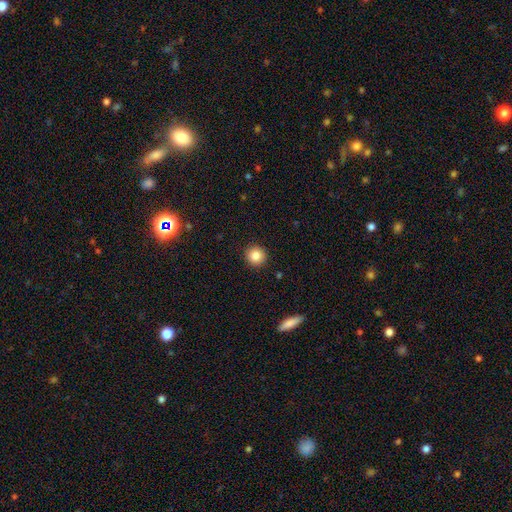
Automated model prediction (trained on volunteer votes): Smooth or featured?
  - smooth: 85% *
  - star or artifact: 10%
  - featured or disk: 5%
How rounded?
  - round: 94% *
  - in between: 5%
  - cigar-shaped: 1%
Merging?
  - none: 92% *
  - minor disturbance: 5%
  - major disturbance: 2%
  - merger: 1%